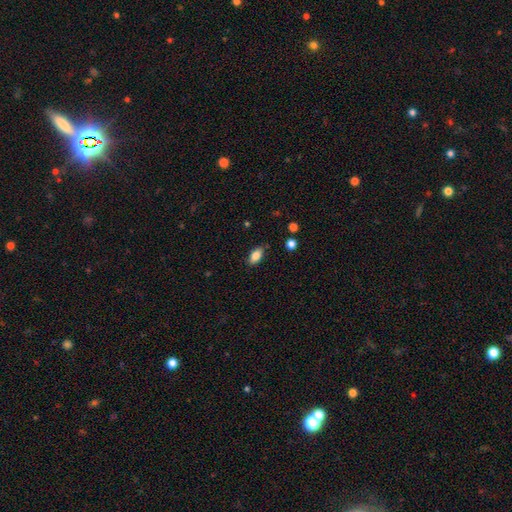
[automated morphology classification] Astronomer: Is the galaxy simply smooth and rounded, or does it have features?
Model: smooth — 83%.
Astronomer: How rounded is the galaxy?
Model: in between — 88%.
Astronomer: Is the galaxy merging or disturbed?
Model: none — 83%.